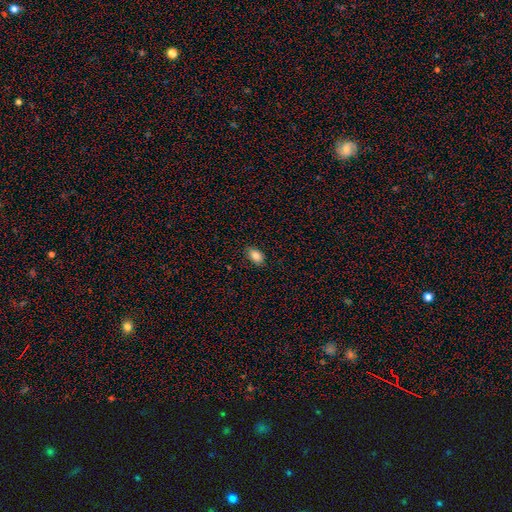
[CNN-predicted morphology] Smooth or featured?
  - smooth: 86% *
  - star or artifact: 9%
  - featured or disk: 6%
How rounded?
  - in between: 88% *
  - round: 10%
  - cigar-shaped: 2%
Merging?
  - none: 86% *
  - minor disturbance: 11%
  - major disturbance: 2%
  - merger: 1%